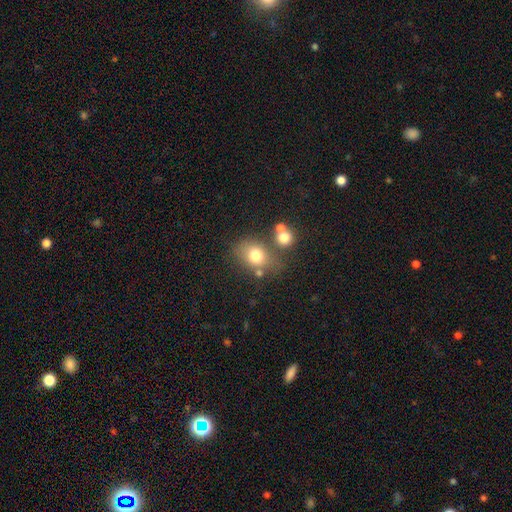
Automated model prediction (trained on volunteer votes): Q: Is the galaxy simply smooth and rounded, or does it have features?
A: smooth — 74%.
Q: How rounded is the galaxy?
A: in between — 53%.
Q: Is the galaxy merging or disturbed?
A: none — 58%.